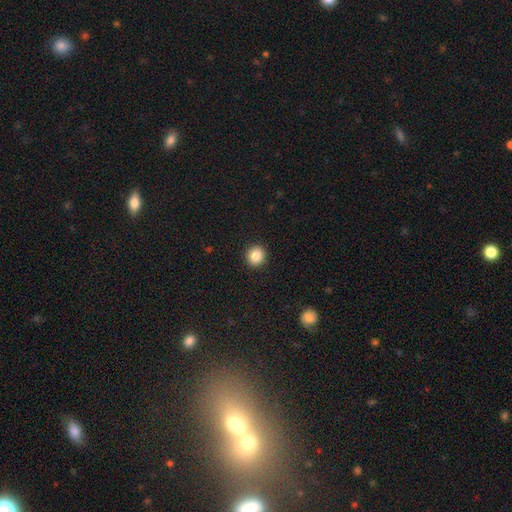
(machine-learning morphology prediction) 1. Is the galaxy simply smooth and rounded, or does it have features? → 86% smooth, 10% star or artifact, 4% featured or disk.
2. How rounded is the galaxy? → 90% round, 9% in between, 1% cigar-shaped.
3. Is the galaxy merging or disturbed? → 92% none, 5% minor disturbance, 2% major disturbance, 1% merger.